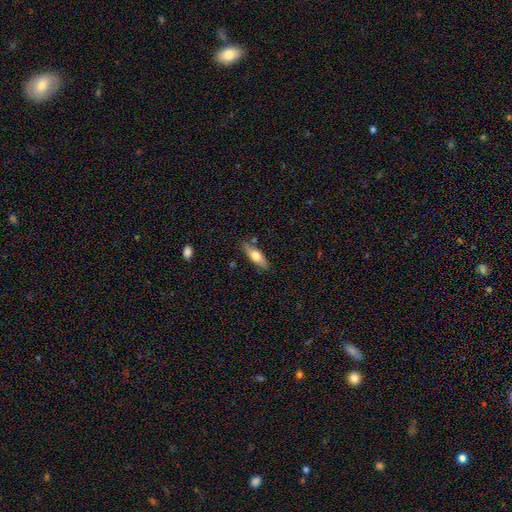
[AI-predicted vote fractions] This appears to be a smooth galaxy with no disk features (62%) that is in between round and cigar-shaped (56%). Merging: none (77%).